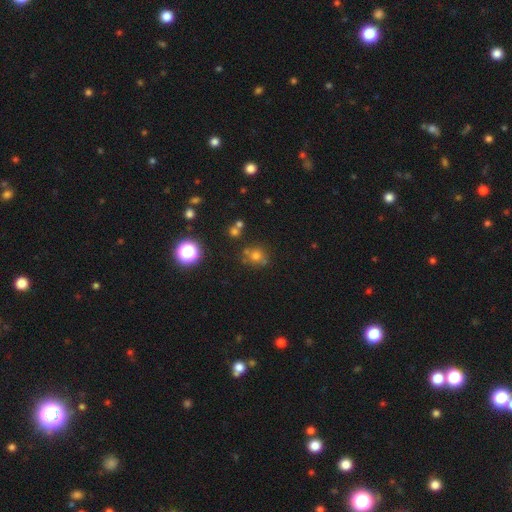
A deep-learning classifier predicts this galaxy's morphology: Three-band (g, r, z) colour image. It shows a smooth galaxy with no disk features (63%) that is round (78%). Merging: none (66%).